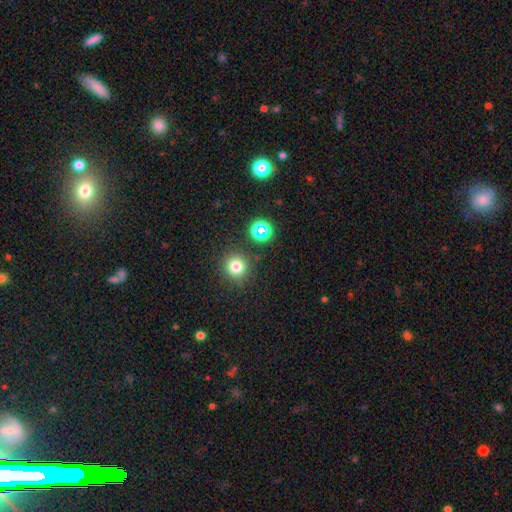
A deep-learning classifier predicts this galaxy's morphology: Smooth or featured: smooth — 59% (star or artifact — 36%)
How rounded: round — 92% (in between — 6%)
Merging: none — 88% (minor disturbance — 6%)